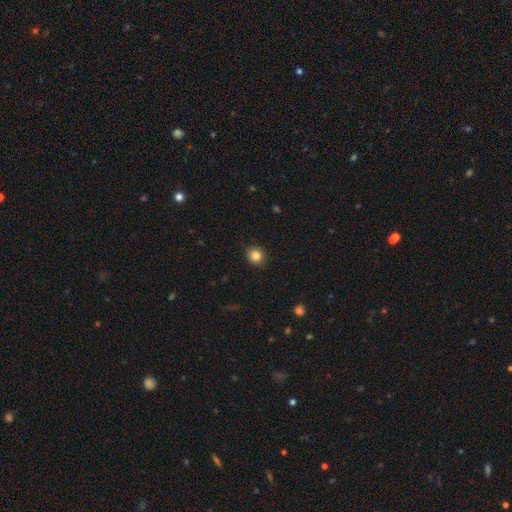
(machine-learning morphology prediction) Smooth or featured: smooth — 84% (star or artifact — 11%)
How rounded: round — 86% (in between — 13%)
Merging: none — 91% (minor disturbance — 6%)